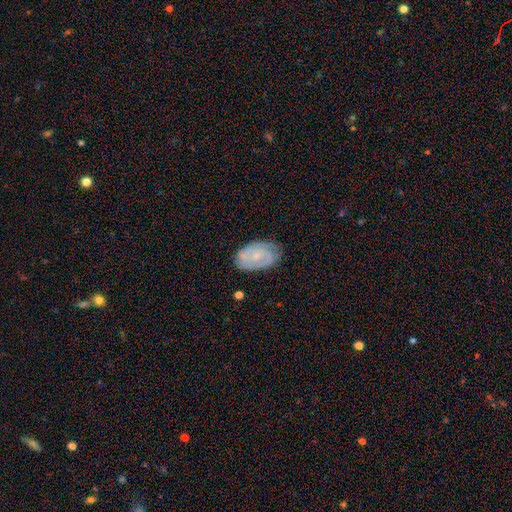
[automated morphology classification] Q: Smooth or featured?
A: featured or disk (71%); runner-up: smooth (23%)
Q: Edge-on disk?
A: no (97%); runner-up: yes (3%)
Q: Bar?
A: no (64%); runner-up: weak (31%)
Q: Spiral arms?
A: yes (92%); runner-up: no (8%)
Q: Spiral winding?
A: tight (56%); runner-up: medium (34%)
Q: Spiral arm count?
A: 2 (59%); runner-up: can't tell (21%)
Q: Bulge size?
A: small (63%); runner-up: moderate (22%)
Q: Merging?
A: none (76%); runner-up: minor disturbance (18%)